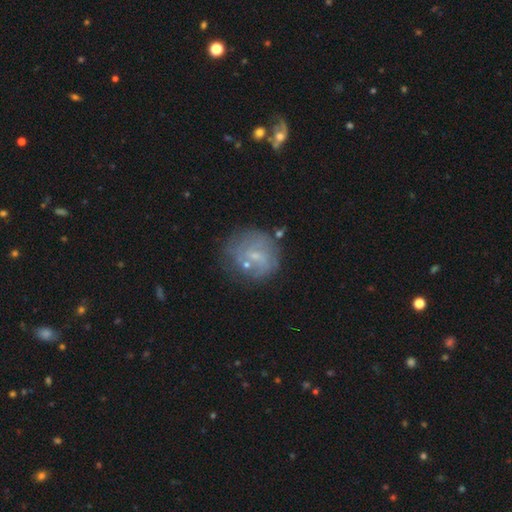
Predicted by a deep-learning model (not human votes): A featured or disk galaxy (55%) with a weak bar (47%), spiral arms (57%) and a small central bulge (68%).

Vote fractions:
- Smooth or featured? featured or disk: 55% / smooth: 33% / star or artifact: 12%
- Edge-on disk? no: 97% / yes: 3%
- Bar? weak: 47% / no: 43% / strong: 10%
- Spiral arms? yes: 57% / no: 43%
- Bulge size? small: 68% / moderate: 16% / none: 15% / large: 1% / dominant: 1%
- Merging? none: 63% / minor disturbance: 19% / major disturbance: 11% / merger: 8%